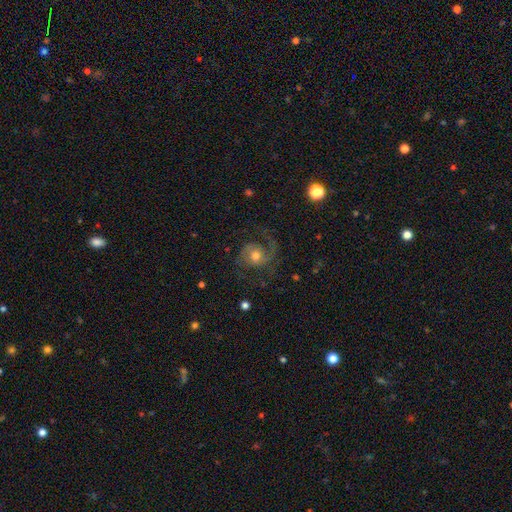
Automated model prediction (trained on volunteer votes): Smooth or featured?
  - featured or disk: 76% *
  - smooth: 15%
  - star or artifact: 9%
Edge-on disk?
  - no: 98% *
  - yes: 2%
Bar?
  - no: 68% *
  - weak: 27%
  - strong: 4%
Spiral arms?
  - yes: 94% *
  - no: 6%
Spiral winding?
  - medium: 49% *
  - loose: 31%
  - tight: 20%
Spiral arm count?
  - 2: 69% *
  - 1: 17%
  - can't tell: 7%
  - 3: 4%
  - 4: 2%
  - more than 4: 2%
Bulge size?
  - moderate: 67% *
  - small: 18%
  - large: 12%
  - none: 2%
  - dominant: 2%
Merging?
  - none: 64% *
  - major disturbance: 18%
  - minor disturbance: 16%
  - merger: 2%